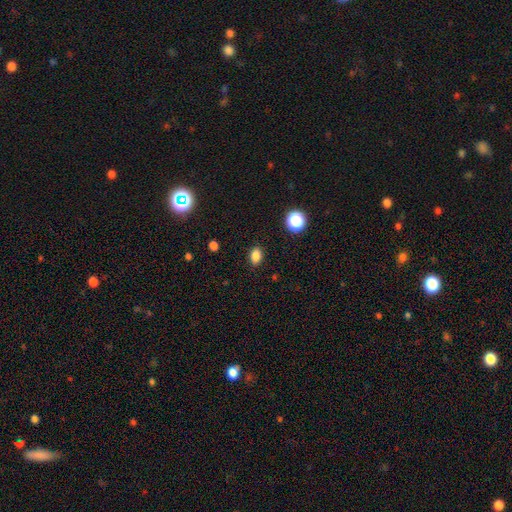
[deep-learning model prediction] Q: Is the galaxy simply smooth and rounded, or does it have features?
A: smooth — 84%.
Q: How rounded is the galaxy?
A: in between — 76%.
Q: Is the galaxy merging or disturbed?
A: none — 88%.